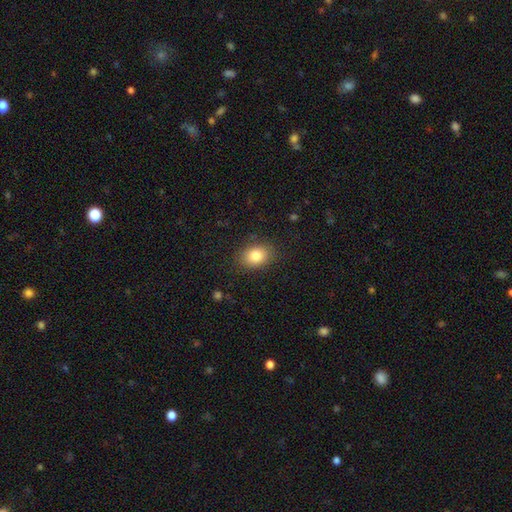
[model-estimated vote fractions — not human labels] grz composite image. It shows a smooth galaxy with no disk features (84%) that is in between round and cigar-shaped (70%). Merging: none (85%).